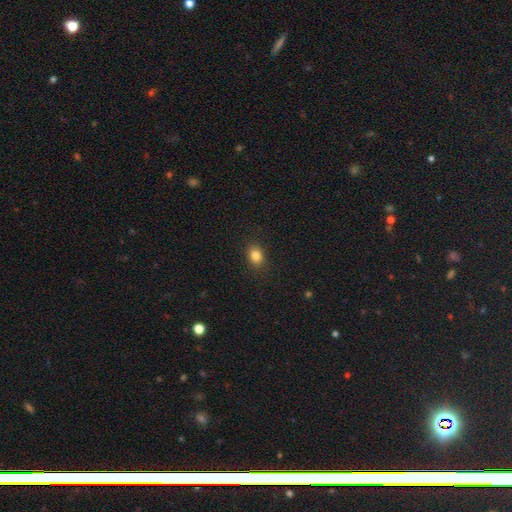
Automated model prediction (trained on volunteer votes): smooth 84%, star or artifact 11%, featured or disk 6%. Down the decision tree: how rounded — in between (60%); merging — none (88%).